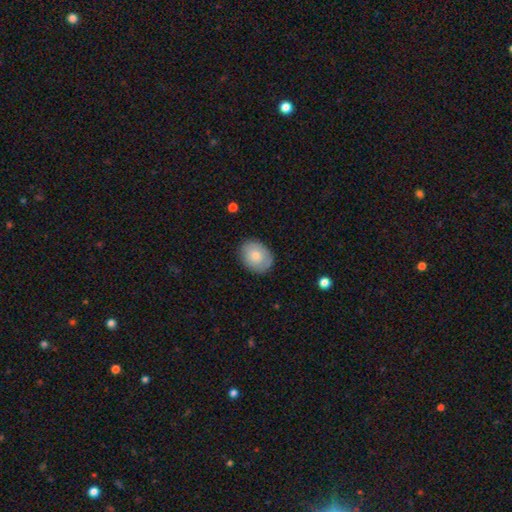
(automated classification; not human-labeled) A smooth galaxy with no disk features (72%) that is in between round and cigar-shaped (63%).

Vote fractions:
- Smooth or featured? smooth: 72% / featured or disk: 21% / star or artifact: 6%
- How rounded? in between: 63% / round: 37% / cigar-shaped: 1%
- Merging? none: 84% / minor disturbance: 13% / major disturbance: 3% / merger: 1%